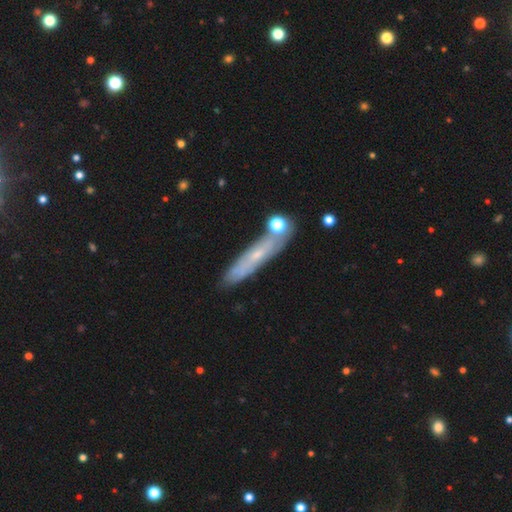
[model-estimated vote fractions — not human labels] Smooth or featured? Predicted: featured or disk (p=0.51). Edge-on disk? Predicted: yes (p=0.60). Merging? Predicted: none (p=0.74).